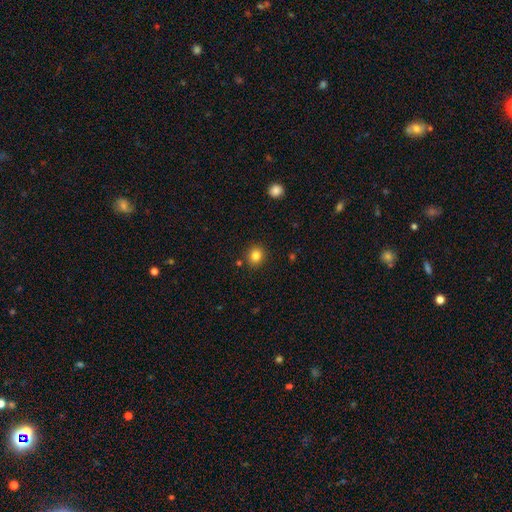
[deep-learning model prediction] Smooth or featured? Predicted: smooth (p=0.83). How rounded? Predicted: round (p=0.82). Merging? Predicted: none (p=0.87).